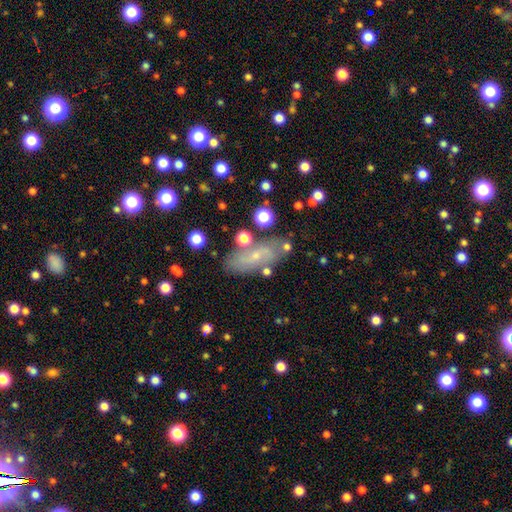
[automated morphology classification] This is possibly a smooth galaxy (48%). Merging: likely none (72%).